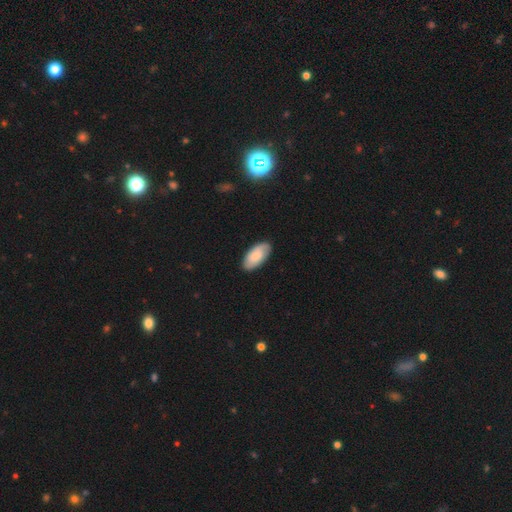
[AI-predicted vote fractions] Morphology: type=smooth (76%); roundness=in between (95%); merging=none (86%).